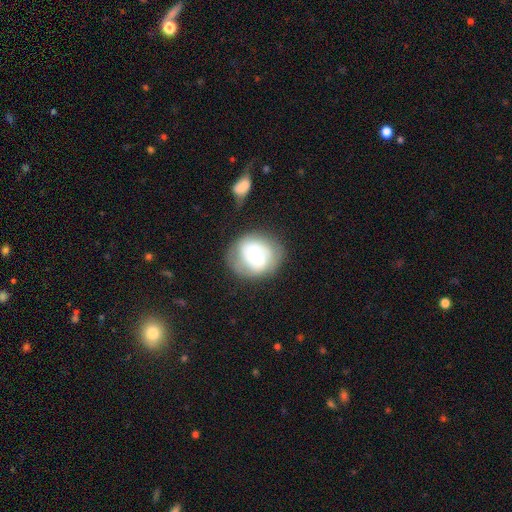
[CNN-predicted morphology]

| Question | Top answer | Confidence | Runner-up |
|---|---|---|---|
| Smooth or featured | featured or disk | 57% | smooth (36%) |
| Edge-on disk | no | 97% | yes (3%) |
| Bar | weak | 45% | no (31%) |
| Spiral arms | yes | 68% | no (32%) |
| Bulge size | moderate | 67% | small (16%) |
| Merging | none | 66% | minor disturbance (21%) |